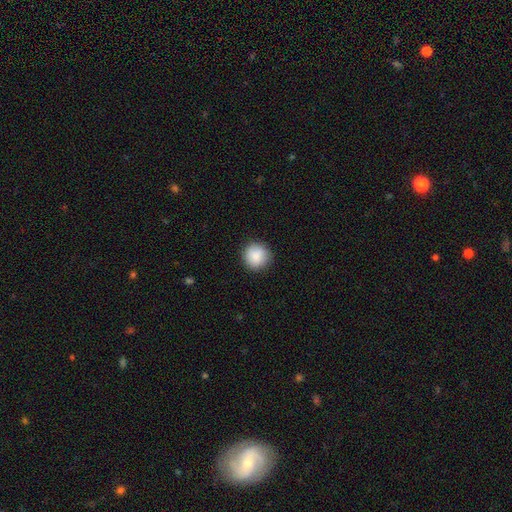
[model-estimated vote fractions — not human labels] Smooth or featured: smooth — 87% (star or artifact — 7%)
How rounded: round — 94% (in between — 5%)
Merging: none — 89% (minor disturbance — 8%)